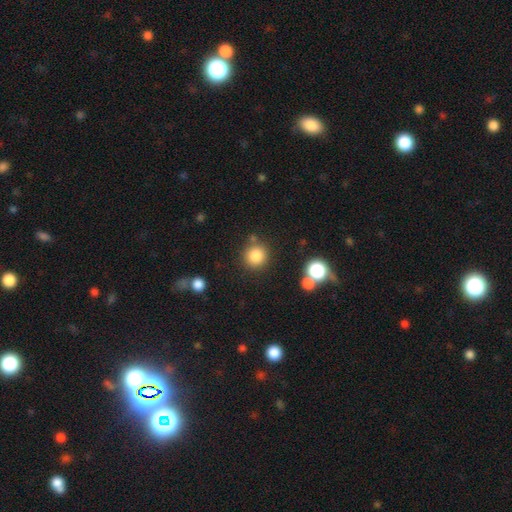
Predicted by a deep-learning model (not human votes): smooth 84%, star or artifact 11%, featured or disk 5%. Down the decision tree: how rounded — round (92%); merging — none (81%).